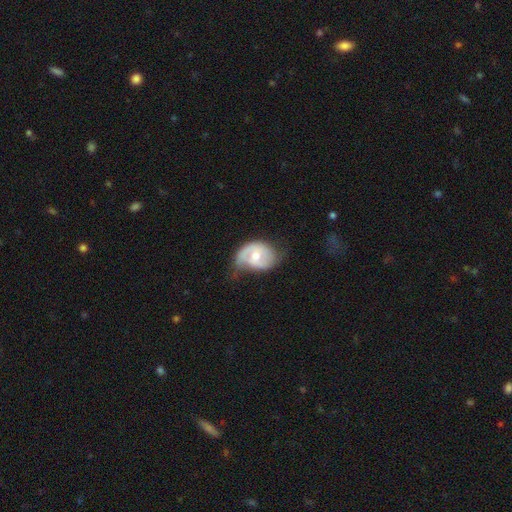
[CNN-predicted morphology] Smooth or featured?
  - featured or disk: 66% *
  - smooth: 28%
  - star or artifact: 6%
Edge-on disk?
  - no: 97% *
  - yes: 3%
Bar?
  - no: 54% *
  - weak: 38%
  - strong: 8%
Spiral arms?
  - yes: 84% *
  - no: 16%
Spiral winding?
  - medium: 42% *
  - loose: 31%
  - tight: 27%
Spiral arm count?
  - 2: 65% *
  - 1: 21%
  - can't tell: 11%
  - 3: 1%
  - 4: 1%
  - more than 4: 1%
Bulge size?
  - moderate: 62% *
  - small: 31%
  - large: 4%
  - none: 2%
  - dominant: 1%
Merging?
  - none: 43% *
  - minor disturbance: 35%
  - major disturbance: 20%
  - merger: 2%